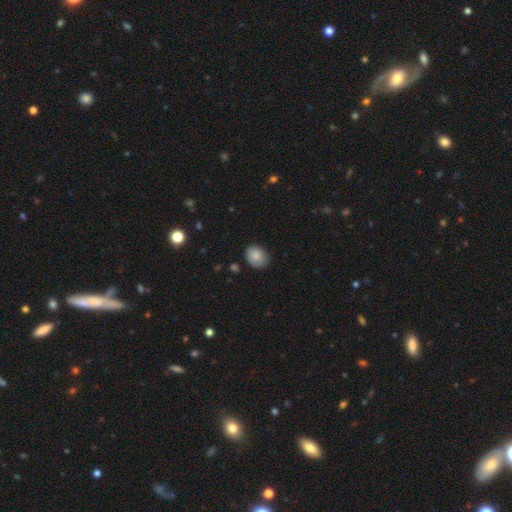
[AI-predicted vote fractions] Smooth or featured?
  - smooth: 84% *
  - star or artifact: 8%
  - featured or disk: 8%
How rounded?
  - round: 52% *
  - in between: 47%
  - cigar-shaped: 1%
Merging?
  - none: 78% *
  - minor disturbance: 17%
  - major disturbance: 3%
  - merger: 1%